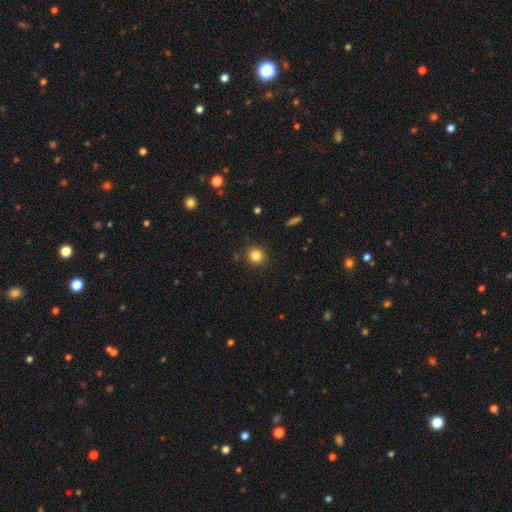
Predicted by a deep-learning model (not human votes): Morphology: type=smooth (83%); roundness=round (89%); merging=none (89%).